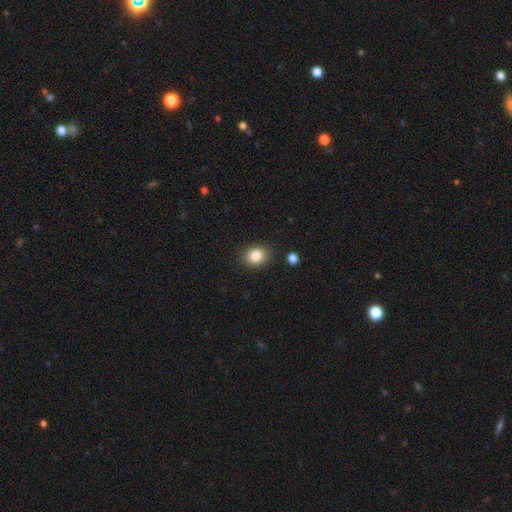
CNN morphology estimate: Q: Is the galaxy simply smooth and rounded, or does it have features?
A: smooth — 84%.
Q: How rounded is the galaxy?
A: round — 62%.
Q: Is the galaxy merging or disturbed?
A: none — 88%.